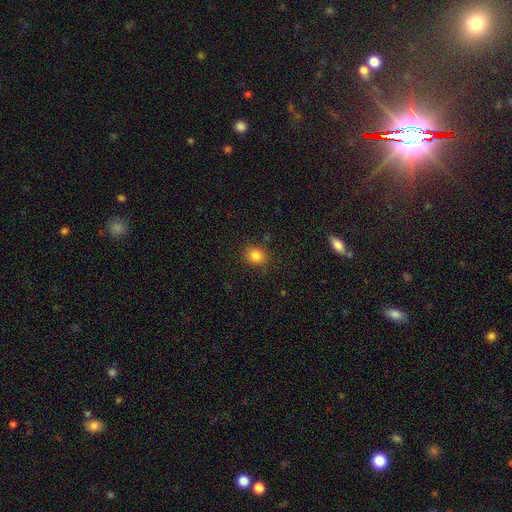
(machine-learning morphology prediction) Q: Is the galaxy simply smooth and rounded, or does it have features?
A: smooth — 83%.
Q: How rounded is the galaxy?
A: round — 70%.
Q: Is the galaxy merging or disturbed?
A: none — 86%.